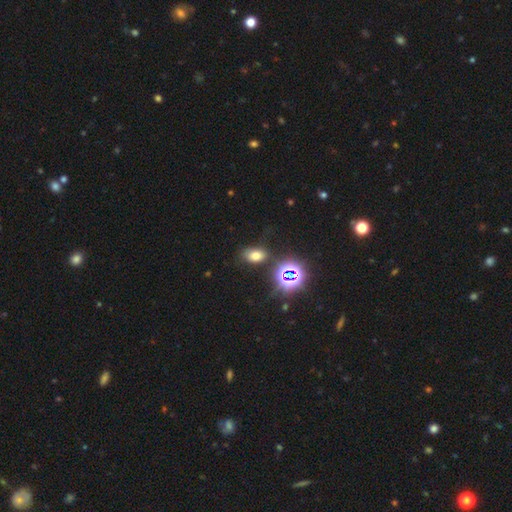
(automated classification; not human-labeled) Smooth or featured?
  - smooth: 64% *
  - star or artifact: 26%
  - featured or disk: 9%
How rounded?
  - in between: 84% *
  - round: 15%
  - cigar-shaped: 2%
Merging?
  - none: 77% *
  - minor disturbance: 13%
  - major disturbance: 5%
  - merger: 5%